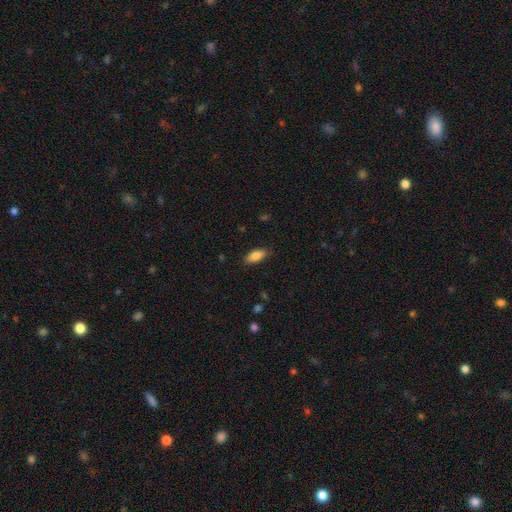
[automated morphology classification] The model was most divided on "how rounded": in between: 83%, cigar-shaped: 15%, round: 3%. More confident: merging — none (86%); smooth or featured — smooth (83%).